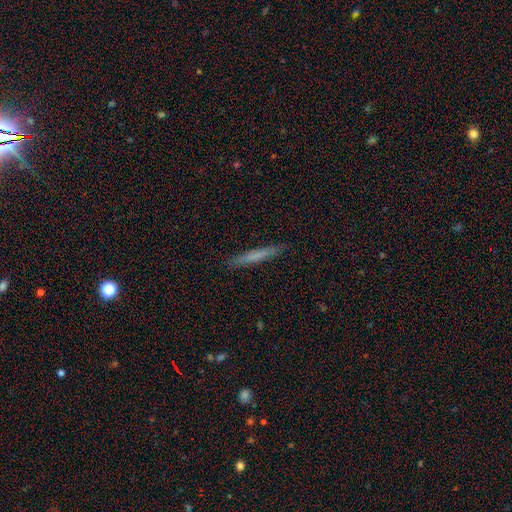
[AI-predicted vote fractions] This is likely a smooth galaxy (66%). How rounded: clearly cigar-shaped (96%). Merging: clearly none (90%).